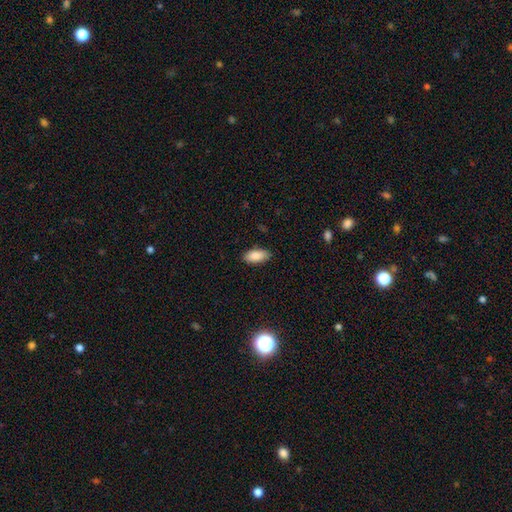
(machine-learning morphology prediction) type=smooth (88%); roundness=in between (90%); merging=none (85%).